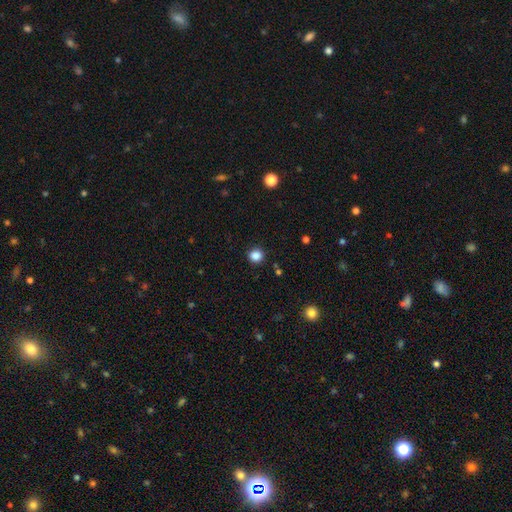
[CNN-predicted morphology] The model was most divided on "smooth or featured": smooth: 85%, star or artifact: 12%, featured or disk: 3%. More confident: merging — none (90%); how rounded — round (89%).